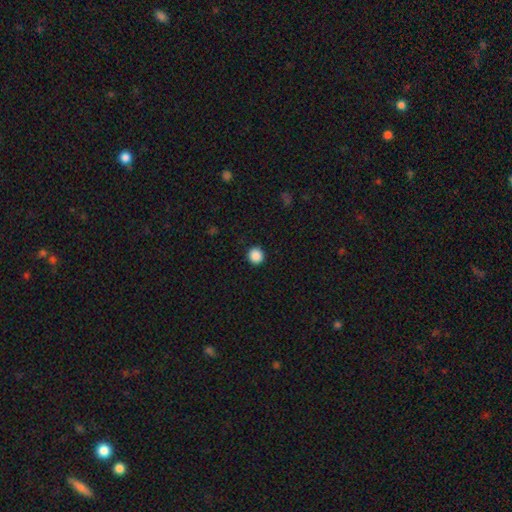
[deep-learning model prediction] Smooth or featured? Predicted: smooth (p=0.89). How rounded? Predicted: round (p=0.93). Merging? Predicted: none (p=0.93).